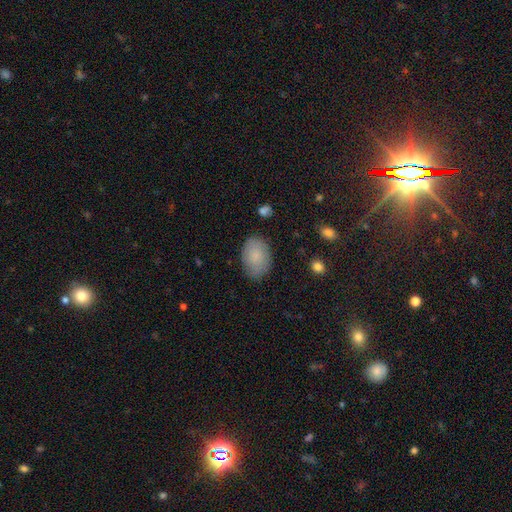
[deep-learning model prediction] Morphology: type=smooth (83%); roundness=in between (86%); merging=none (82%).